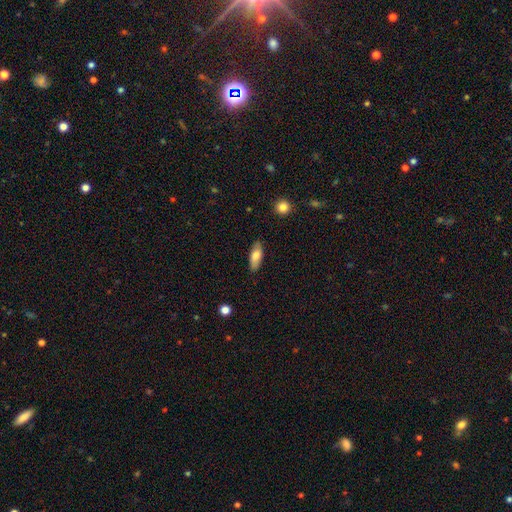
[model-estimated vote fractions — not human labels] smooth 76%, featured or disk 18%, star or artifact 6%. Down the decision tree: how rounded — in between (74%); merging — none (85%).